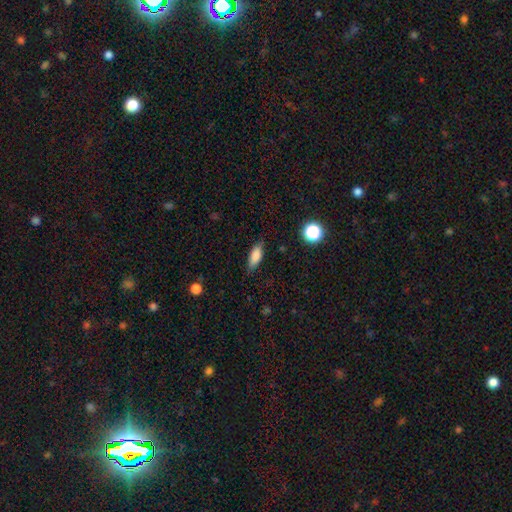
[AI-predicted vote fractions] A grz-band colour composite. It shows a smooth galaxy with no disk features (81%) that is in between round and cigar-shaped (74%). Merging: none (81%).